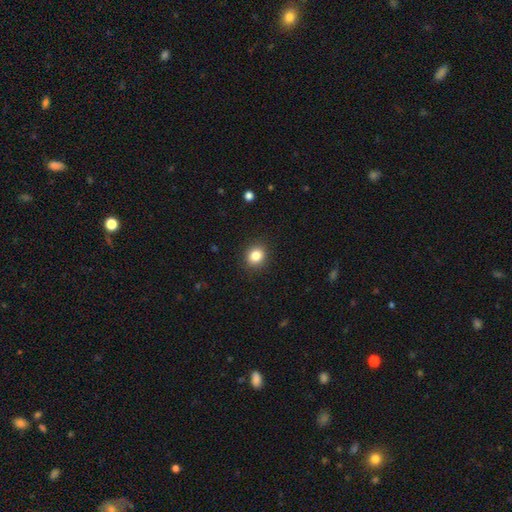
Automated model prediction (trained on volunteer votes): The model was most divided on "how rounded": round: 74%, in between: 25%, cigar-shaped: 1%. More confident: merging — none (90%); smooth or featured — smooth (84%).